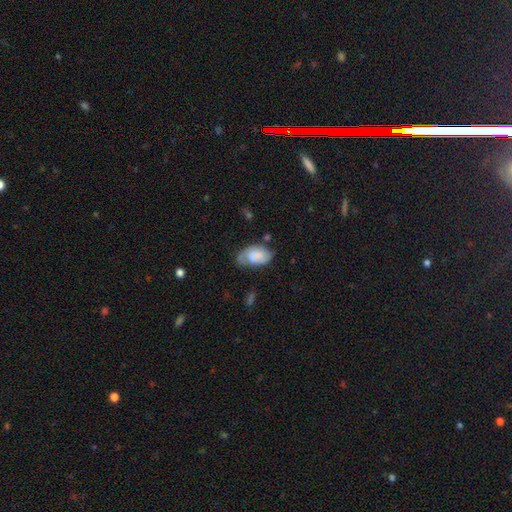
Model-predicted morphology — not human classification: smooth_or_featured: smooth (p=0.53) [alt: featured or disk p=0.39]
how_rounded: in between (p=0.91) [alt: round p=0.08]
merging: none (p=0.44) [alt: minor disturbance p=0.34]